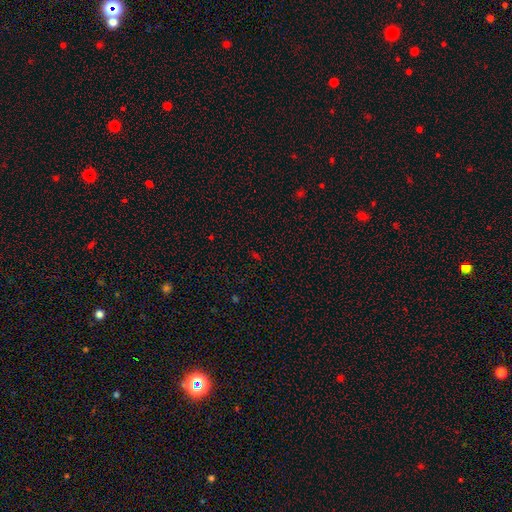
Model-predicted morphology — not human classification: Q: Smooth or featured?
A: star or artifact (61%); runner-up: smooth (31%)